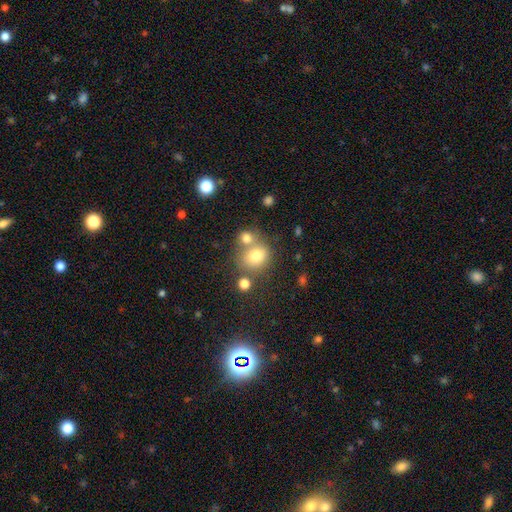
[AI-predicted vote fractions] Q: Smooth or featured?
A: smooth (75%); runner-up: star or artifact (13%)
Q: How rounded?
A: round (69%); runner-up: in between (30%)
Q: Merging?
A: none (48%); runner-up: merger (36%)